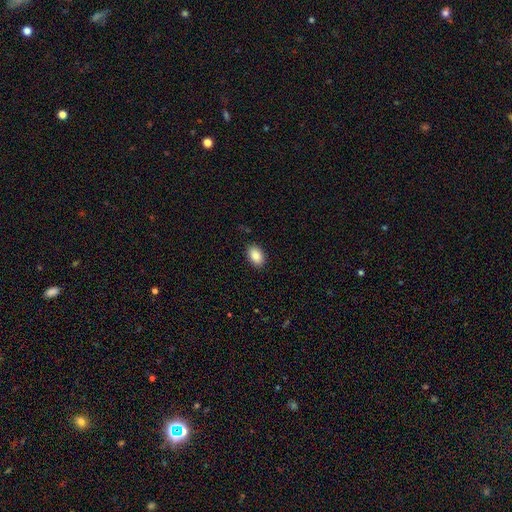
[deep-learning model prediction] Morphology: type=smooth (88%); roundness=in between (90%); merging=none (89%).